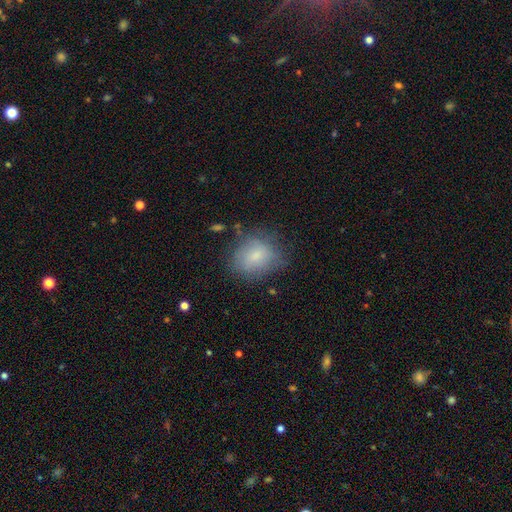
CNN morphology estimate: smooth_or_featured: smooth (p=0.75) [alt: featured or disk p=0.16]
how_rounded: in between (p=0.51) [alt: round p=0.48]
merging: none (p=0.63) [alt: minor disturbance p=0.25]